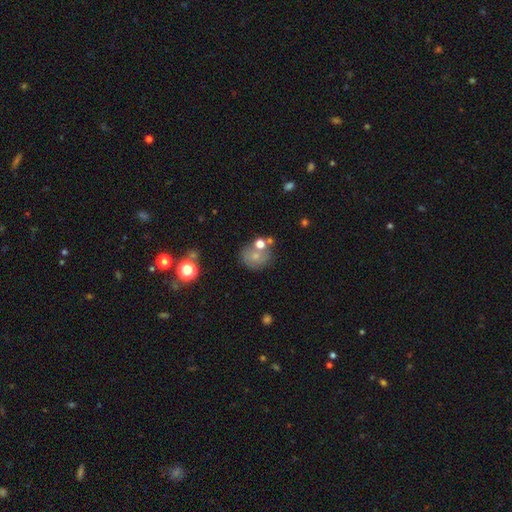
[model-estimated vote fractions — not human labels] Smooth or featured: smooth — 60% (featured or disk — 24%)
How rounded: round — 75% (in between — 24%)
Merging: none — 55% (merger — 19%)